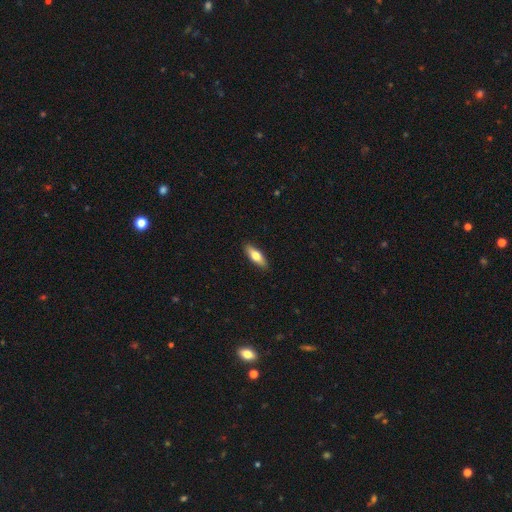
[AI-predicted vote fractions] A smooth galaxy with no disk features (66%) that is in between round and cigar-shaped (54%).

Vote fractions:
- Smooth or featured? smooth: 66% / featured or disk: 28% / star or artifact: 6%
- How rounded? in between: 54% / cigar-shaped: 43% / round: 2%
- Merging? none: 90% / minor disturbance: 8% / major disturbance: 2% / merger: 1%